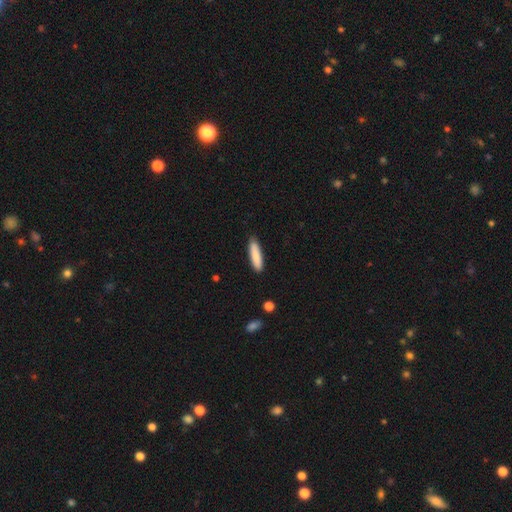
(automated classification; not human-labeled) Smooth or featured?
  - smooth: 85% *
  - featured or disk: 9%
  - star or artifact: 6%
How rounded?
  - cigar-shaped: 76% *
  - in between: 23%
  - round: 1%
Merging?
  - none: 88% *
  - minor disturbance: 9%
  - major disturbance: 2%
  - merger: 1%